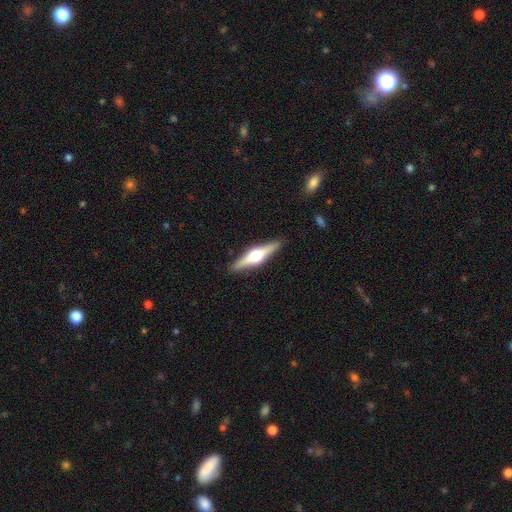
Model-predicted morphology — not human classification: smooth-or-featured: featured or disk: 70% | smooth: 24% | star or artifact: 5%
  disk-edge-on: yes: 97% | no: 3%
    edge-on-bulge: rounded: 95% | boxy: 3% | none: 2%
  merging: none: 90% | minor disturbance: 7% | major disturbance: 2% | merger: 1%